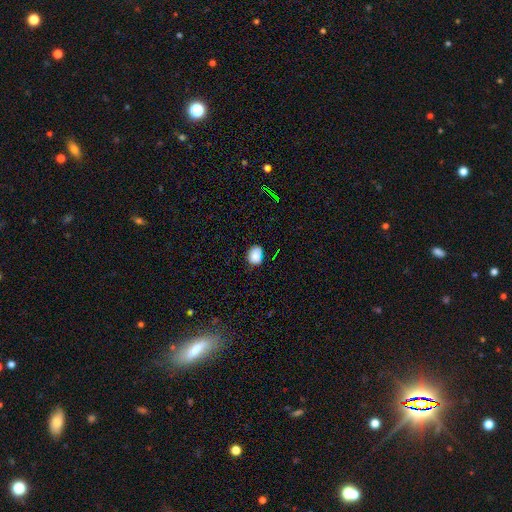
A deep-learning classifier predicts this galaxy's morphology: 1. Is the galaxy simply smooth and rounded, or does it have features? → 84% smooth, 10% star or artifact, 6% featured or disk.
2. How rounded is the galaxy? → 63% in between, 36% round, 1% cigar-shaped.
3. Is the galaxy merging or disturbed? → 67% none, 26% minor disturbance, 4% major disturbance, 2% merger.